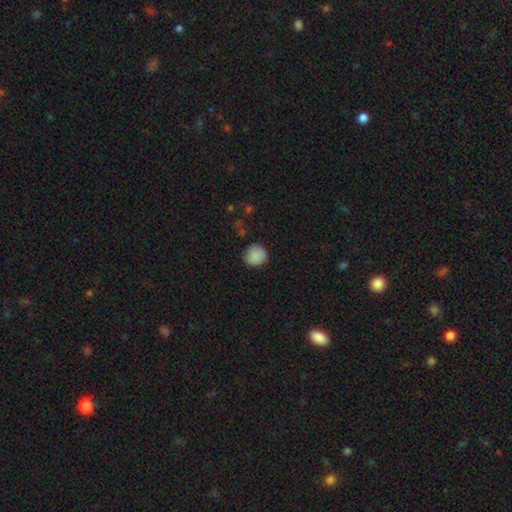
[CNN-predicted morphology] Overall: smooth (88%). How rounded: round (91%). Merging: none (85%).